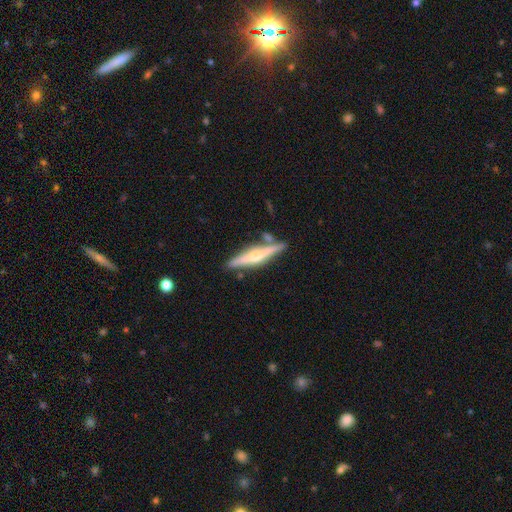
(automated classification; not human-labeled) Smooth or featured? Predicted: featured or disk (p=0.65). Edge-on disk? Predicted: yes (p=0.95). Edge-on bulge? Predicted: rounded (p=0.85). Merging? Predicted: none (p=0.75).